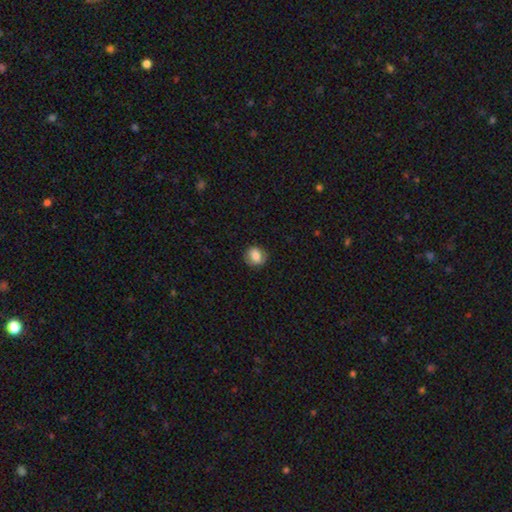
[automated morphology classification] The model was most divided on "how rounded": round: 74%, in between: 25%, cigar-shaped: 1%. More confident: merging — none (82%); smooth or featured — smooth (78%).